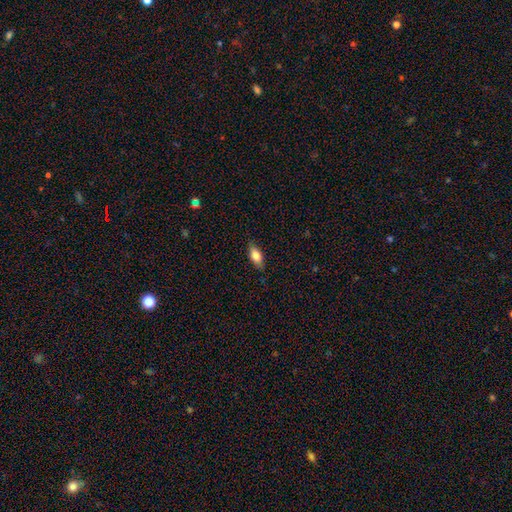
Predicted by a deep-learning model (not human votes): Smooth or featured? smooth (81%)
How rounded? in between (83%)
Merging? none (82%)